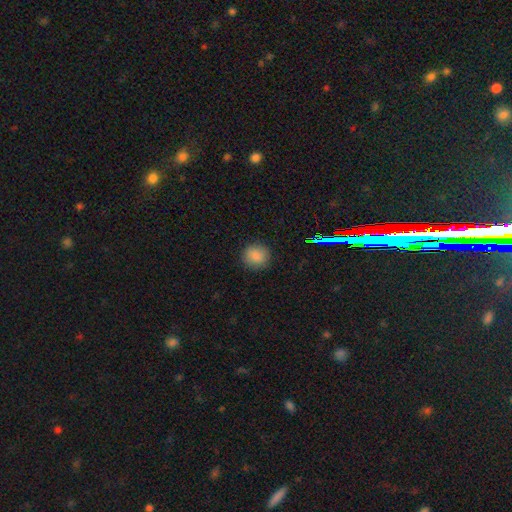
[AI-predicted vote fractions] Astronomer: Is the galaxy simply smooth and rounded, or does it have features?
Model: smooth — 85%.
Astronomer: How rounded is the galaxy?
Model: round — 91%.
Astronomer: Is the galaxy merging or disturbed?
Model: none — 90%.